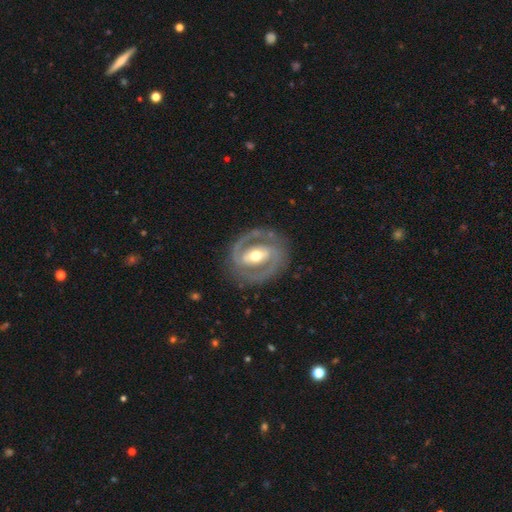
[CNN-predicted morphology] The model was most divided on "spiral winding": tight: 46%, medium: 45%, loose: 9%. Remaining: edge-on disk — no (97%); spiral arms — yes (93%); spiral arm count — 2 (90%); smooth or featured — featured or disk (88%); merging — none (82%); bulge size — moderate (71%); bar — strong (47%).